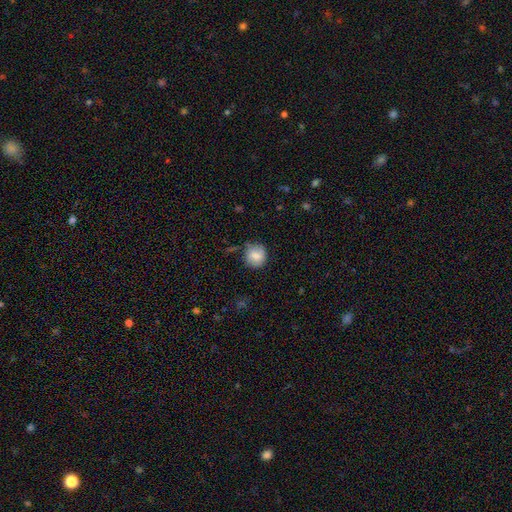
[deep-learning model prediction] Smooth or featured? smooth (79%)
How rounded? round (86%)
Merging? none (67%)